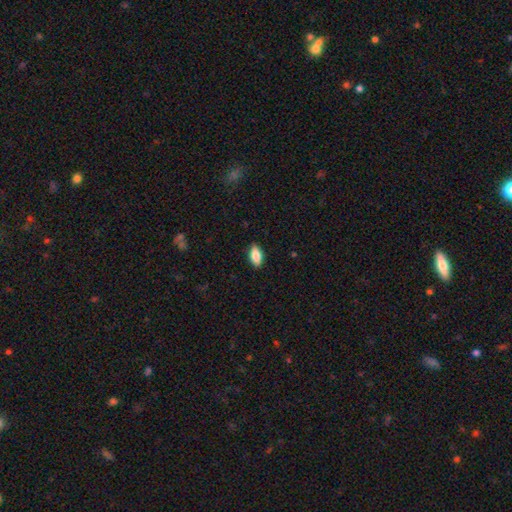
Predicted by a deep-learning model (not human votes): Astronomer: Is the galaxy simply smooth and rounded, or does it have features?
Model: smooth — 76%.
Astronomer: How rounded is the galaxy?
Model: in between — 87%.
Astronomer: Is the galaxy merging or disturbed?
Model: none — 88%.